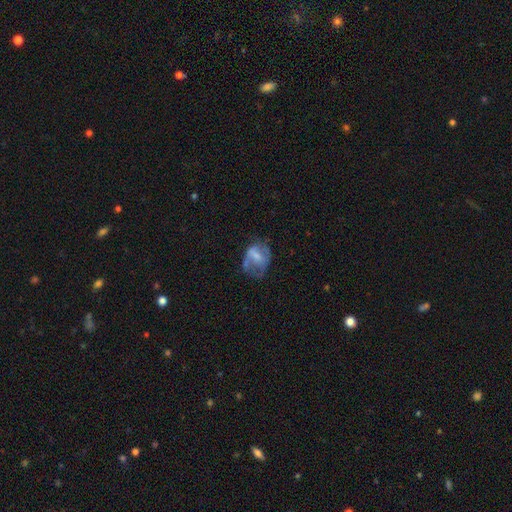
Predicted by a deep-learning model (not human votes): Morphology: type=featured or disk (52%); edge-on=no (97%); bar=weak (41%, tied with no); spiral arms=no (56%); bulge=small (37%); merging=none (36%).